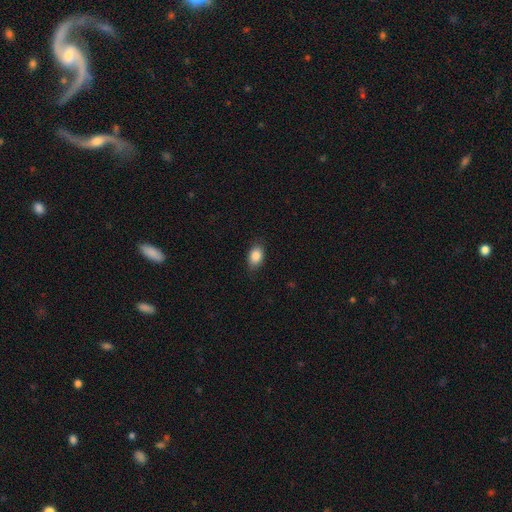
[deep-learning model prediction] smooth-or-featured: smooth: 86% | star or artifact: 8% | featured or disk: 6%
  how-rounded: in between: 83% | round: 15% | cigar-shaped: 2%
  merging: none: 83% | minor disturbance: 13% | major disturbance: 3% | merger: 1%